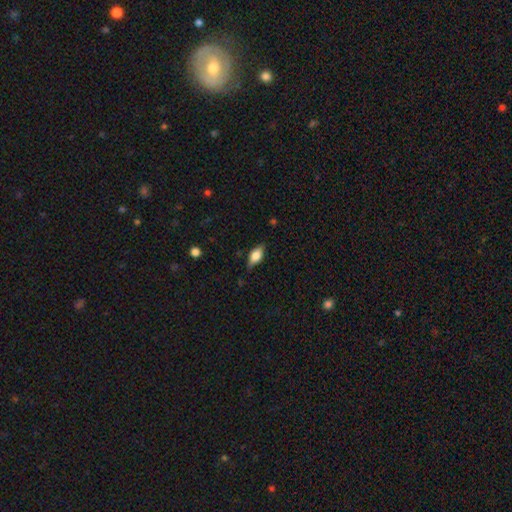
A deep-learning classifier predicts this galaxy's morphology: Q: Smooth or featured?
A: smooth (68%); runner-up: featured or disk (24%)
Q: How rounded?
A: in between (84%); runner-up: cigar-shaped (11%)
Q: Merging?
A: none (77%); runner-up: minor disturbance (18%)